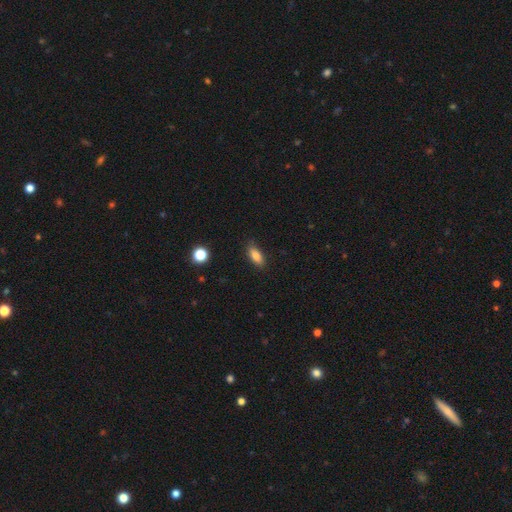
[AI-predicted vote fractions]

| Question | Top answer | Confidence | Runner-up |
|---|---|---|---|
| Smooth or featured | smooth | 82% | featured or disk (10%) |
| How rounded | in between | 78% | cigar-shaped (18%) |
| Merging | none | 82% | minor disturbance (14%) |